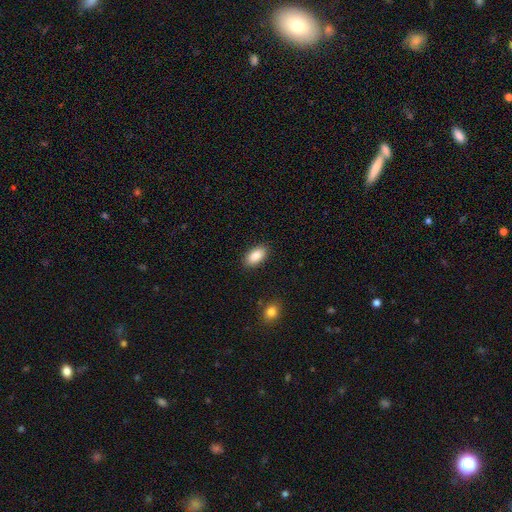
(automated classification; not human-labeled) Q: Smooth or featured?
A: smooth (88%); runner-up: star or artifact (7%)
Q: How rounded?
A: in between (93%); runner-up: cigar-shaped (4%)
Q: Merging?
A: none (88%); runner-up: minor disturbance (8%)